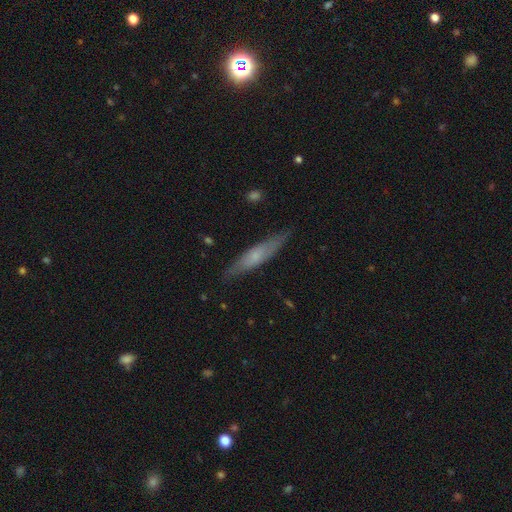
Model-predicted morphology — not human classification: Q: Smooth or featured?
A: smooth (52%); runner-up: featured or disk (42%)
Q: How rounded?
A: cigar-shaped (86%); runner-up: in between (12%)
Q: Merging?
A: none (83%); runner-up: minor disturbance (13%)